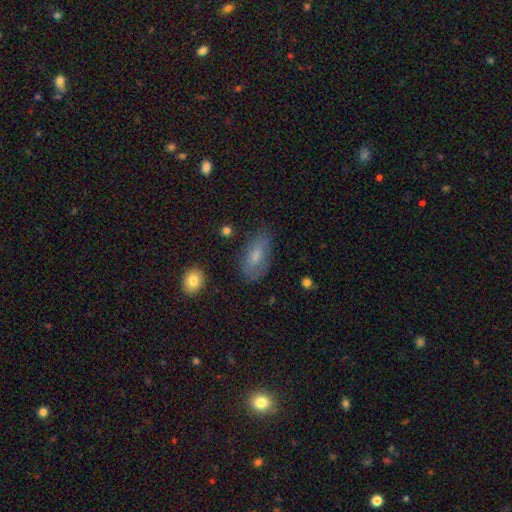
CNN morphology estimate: type=smooth (68%); roundness=in between (90%); merging=none (68%).